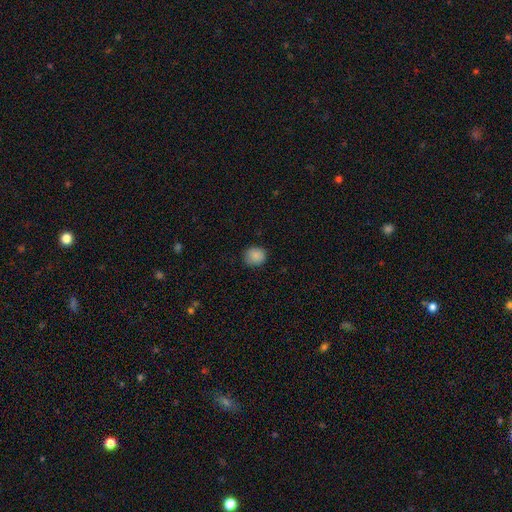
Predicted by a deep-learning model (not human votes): This appears to be a smooth galaxy with no disk features (87%) that is round (80%). Merging: none (84%).